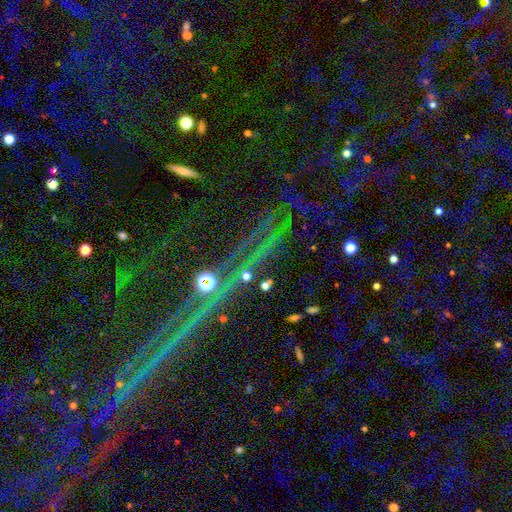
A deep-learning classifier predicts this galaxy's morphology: This appears to be a star or artifact, not a galaxy (81%).